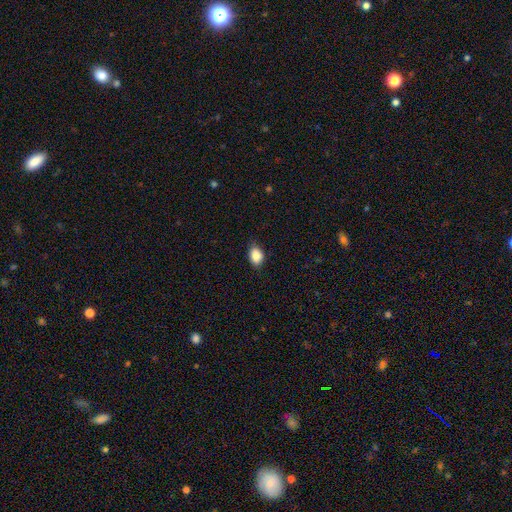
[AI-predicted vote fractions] Smooth or featured?
  - smooth: 86% *
  - star or artifact: 8%
  - featured or disk: 6%
How rounded?
  - in between: 76% *
  - round: 23%
  - cigar-shaped: 1%
Merging?
  - none: 81% *
  - minor disturbance: 16%
  - major disturbance: 2%
  - merger: 1%